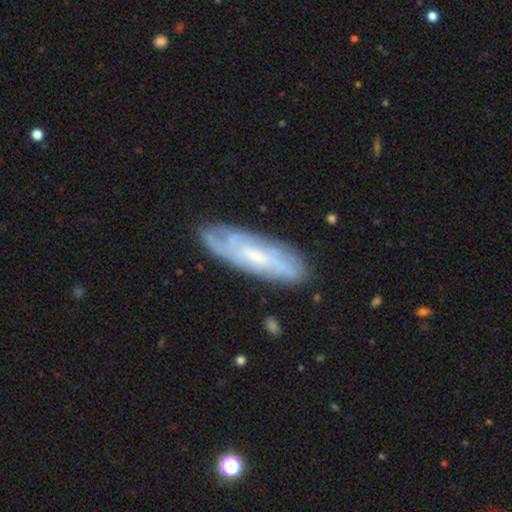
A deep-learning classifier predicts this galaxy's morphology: type=featured or disk (62%); edge-on=no (72%); merging=none (78%).